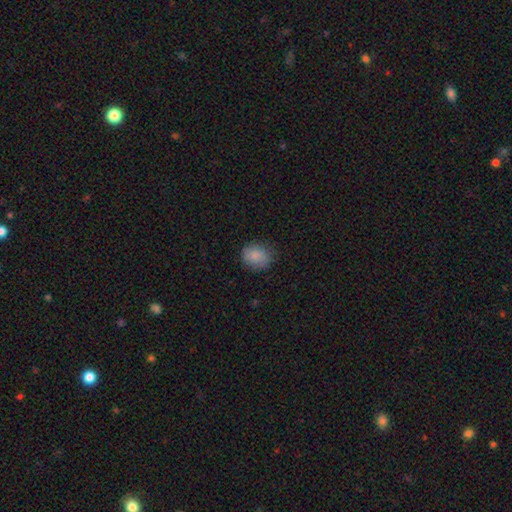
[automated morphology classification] smooth 84%, featured or disk 8%, star or artifact 8%. Down the decision tree: how rounded — round (68%); merging — none (79%).